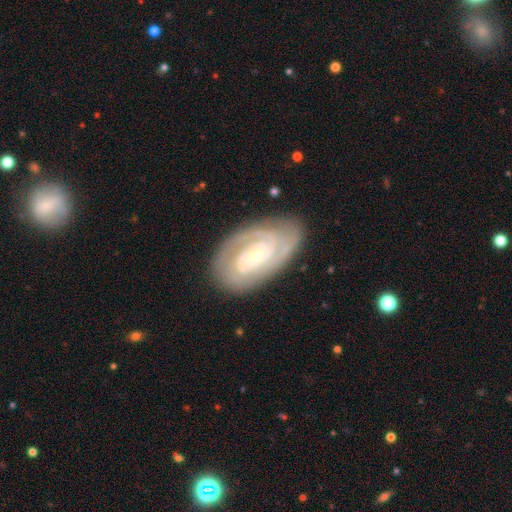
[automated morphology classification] A featured or disk galaxy (86%) with no bar (45%), 2 (37%) tight (72%) spiral arms (96%) and a small central bulge (73%).

Vote fractions:
- Smooth or featured? featured or disk: 86% / smooth: 9% / star or artifact: 5%
- Edge-on disk? no: 96% / yes: 4%
- Bar? no: 45% / weak: 39% / strong: 16%
- Spiral arms? yes: 96% / no: 4%
- Spiral winding? tight: 72% / medium: 24% / loose: 4%
- Spiral arm count? 2: 37% / can't tell: 24% / 3: 22% / 4: 8% / 1: 5% / more than 4: 4%
- Bulge size? small: 73% / moderate: 22% / none: 2% / large: 2% / dominant: 1%
- Merging? none: 79% / minor disturbance: 15% / major disturbance: 5% / merger: 1%